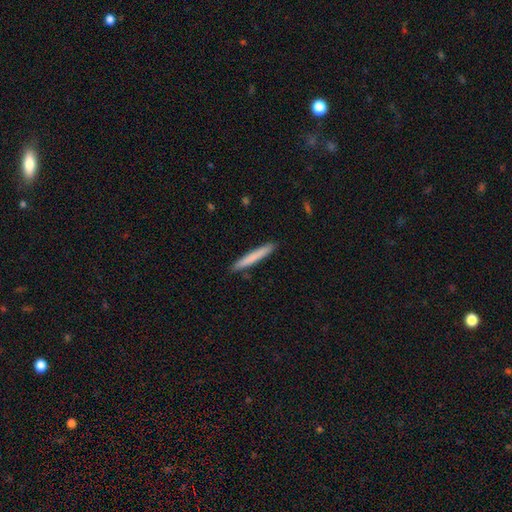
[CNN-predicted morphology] A smooth galaxy with no disk features (77%) that is cigar-shaped (96%).

Vote fractions:
- Smooth or featured? smooth: 77% / featured or disk: 18% / star or artifact: 5%
- How rounded? cigar-shaped: 96% / in between: 3% / round: 1%
- Merging? none: 91% / minor disturbance: 7% / major disturbance: 1% / merger: 1%